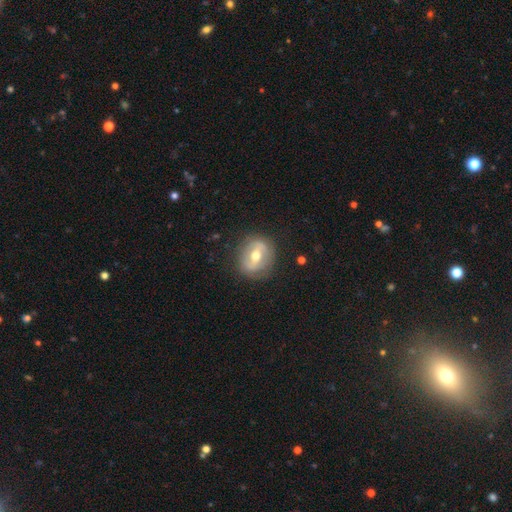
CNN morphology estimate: smooth_or_featured: featured or disk (p=0.61) [alt: smooth p=0.32]
disk_edge_on: no (p=0.92) [alt: yes p=0.08]
bar: strong (p=0.46) [alt: weak p=0.35]
has_spiral_arms: no (p=0.64) [alt: yes p=0.36]
bulge_size: moderate (p=0.75) [alt: small p=0.16]
merging: none (p=0.80) [alt: minor disturbance p=0.14]